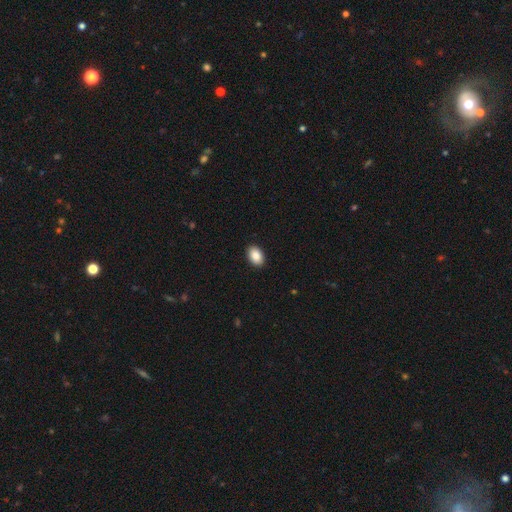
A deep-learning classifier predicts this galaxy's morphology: A smooth galaxy with no disk features (89%) that is in between round and cigar-shaped (87%).

Vote fractions:
- Smooth or featured? smooth: 89% / star or artifact: 7% / featured or disk: 4%
- How rounded? in between: 87% / round: 12% / cigar-shaped: 1%
- Merging? none: 91% / minor disturbance: 7% / major disturbance: 2% / merger: 1%